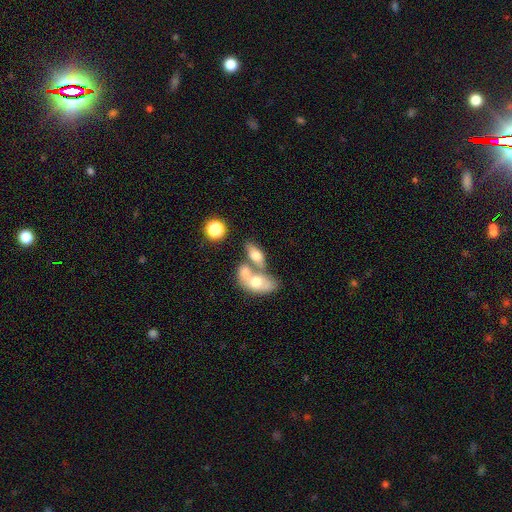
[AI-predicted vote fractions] Overall: smooth (61%; featured or disk 31%). How rounded: in between (82%). Merging: merger (59%; none 26%).